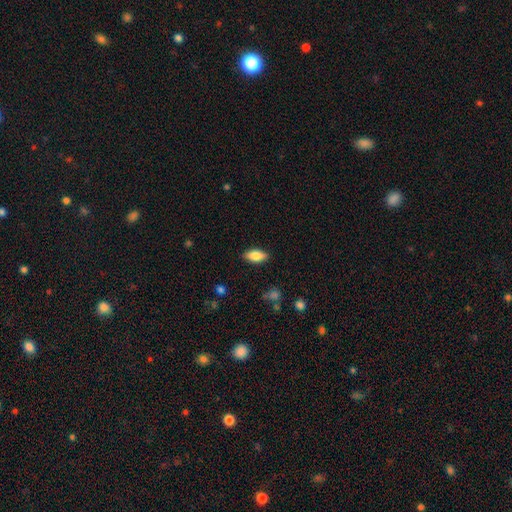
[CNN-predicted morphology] A smooth galaxy with no disk features (80%) that is in between round and cigar-shaped (85%). Merging: none (87%).